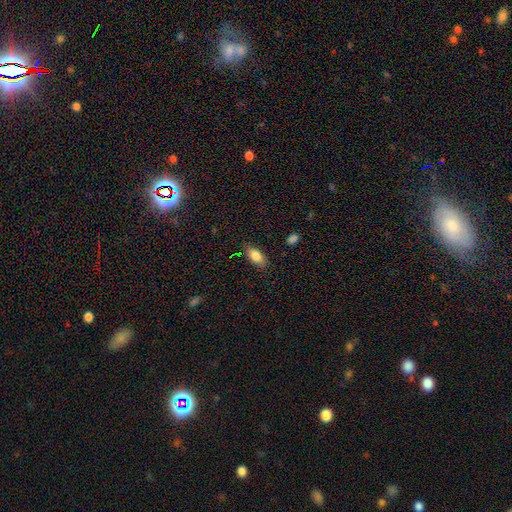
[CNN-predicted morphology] smooth_or_featured: smooth (p=0.82) [alt: featured or disk p=0.10]
how_rounded: in between (p=0.88) [alt: cigar-shaped p=0.08]
merging: none (p=0.83) [alt: minor disturbance p=0.13]